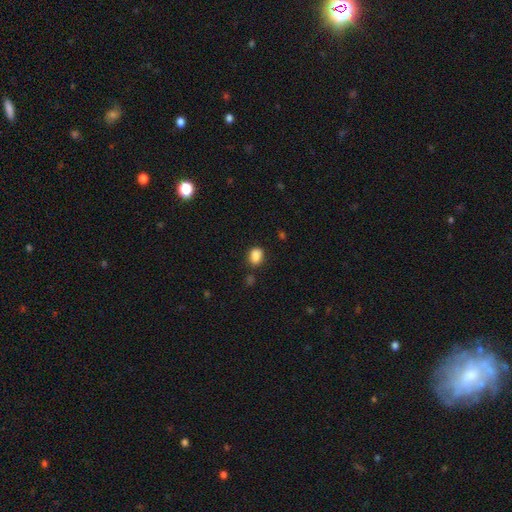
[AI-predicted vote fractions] This appears to be a smooth galaxy with no disk features (86%) that is in between round and cigar-shaped (68%). Merging: none (72%).